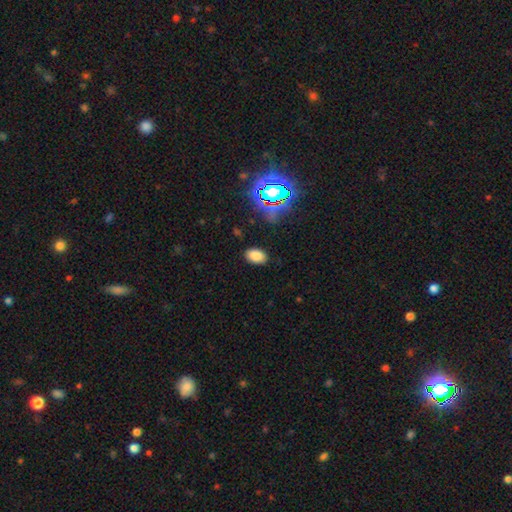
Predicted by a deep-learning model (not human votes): Smooth or featured? smooth (80%)
How rounded? in between (89%)
Merging? none (86%)